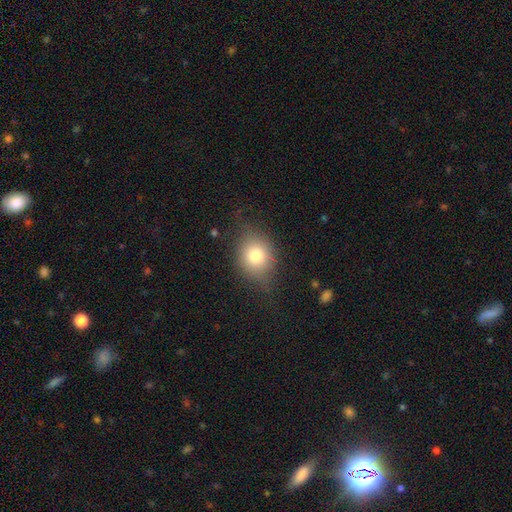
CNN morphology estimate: A smooth galaxy with no disk features (75%) that is round (61%).

Vote fractions:
- Smooth or featured? smooth: 75% / featured or disk: 15% / star or artifact: 11%
- How rounded? round: 61% / in between: 38% / cigar-shaped: 1%
- Merging? none: 67% / minor disturbance: 23% / major disturbance: 8% / merger: 1%